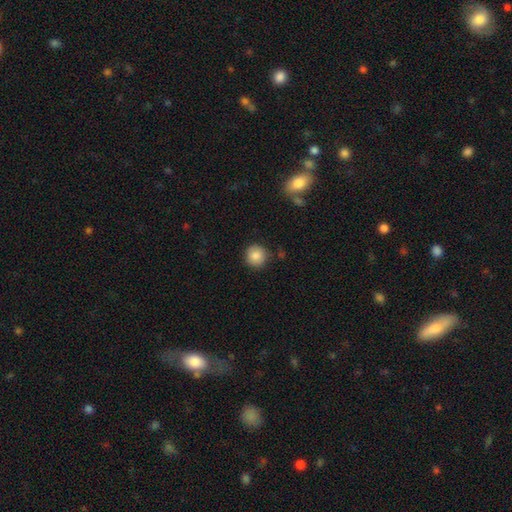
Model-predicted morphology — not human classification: Smooth or featured? Predicted: smooth (p=0.87). How rounded? Predicted: round (p=0.94). Merging? Predicted: none (p=0.86).